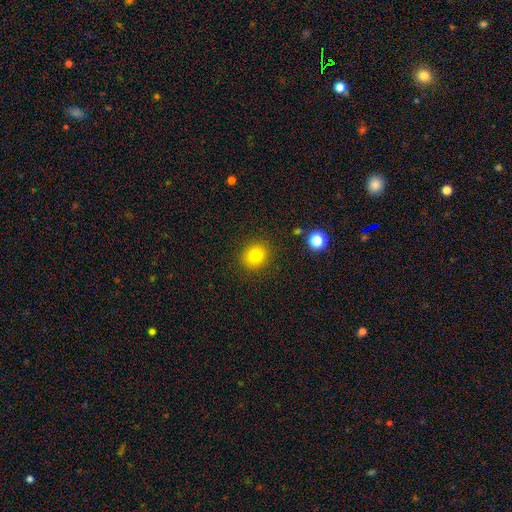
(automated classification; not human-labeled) Smooth or featured? smooth (80%)
How rounded? round (80%)
Merging? none (89%)